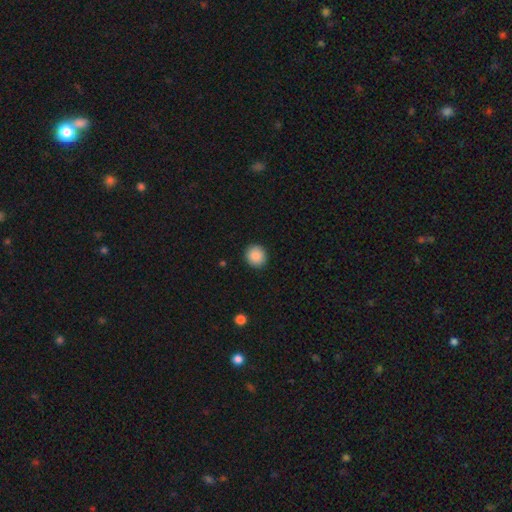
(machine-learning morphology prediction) This is clearly a smooth galaxy (89%). How rounded: clearly round (91%). Merging: clearly none (92%).